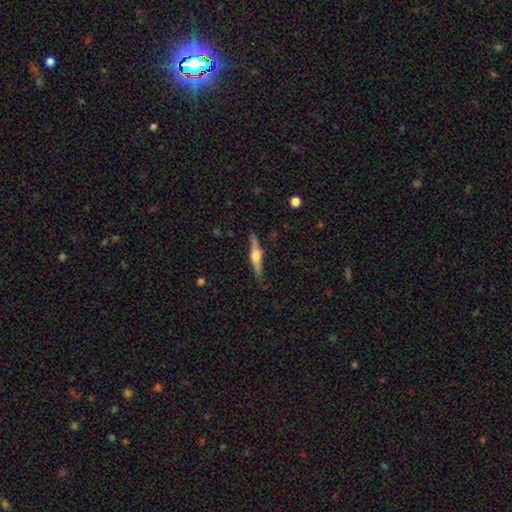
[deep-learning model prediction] A featured or disk galaxy (70%) viewed edge-on (97%) with a rounded central bulge (90%).

Vote fractions:
- Smooth or featured? featured or disk: 70% / smooth: 24% / star or artifact: 6%
- Edge-on disk? yes: 97% / no: 3%
- Edge-on bulge? rounded: 90% / boxy: 8% / none: 3%
- Merging? none: 85% / minor disturbance: 11% / major disturbance: 2% / merger: 1%